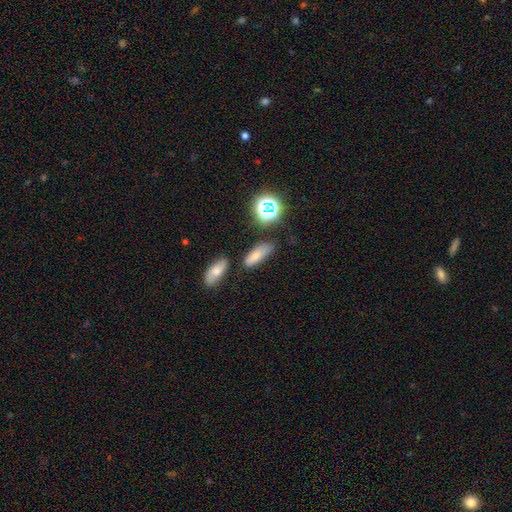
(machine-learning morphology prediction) smooth-or-featured: smooth: 74% | star or artifact: 15% | featured or disk: 12%
  how-rounded: in between: 67% | cigar-shaped: 27% | round: 5%
  merging: none: 71% | minor disturbance: 17% | merger: 7% | major disturbance: 5%